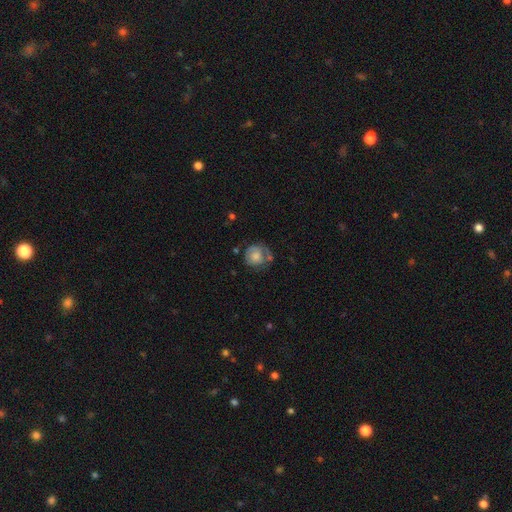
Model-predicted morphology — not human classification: Q: Smooth or featured?
A: smooth (54%); runner-up: featured or disk (39%)
Q: How rounded?
A: round (84%); runner-up: in between (15%)
Q: Merging?
A: none (54%); runner-up: minor disturbance (25%)